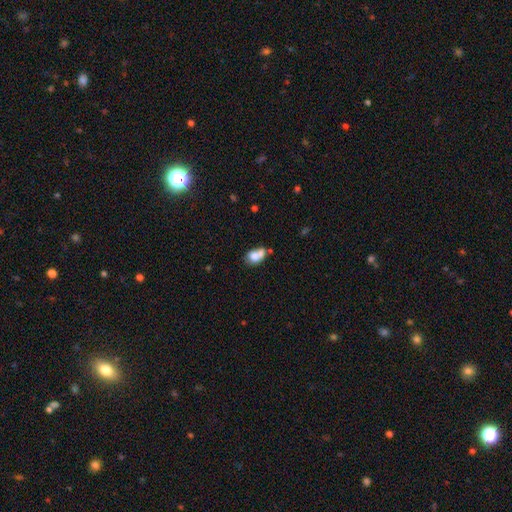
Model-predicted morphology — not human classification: Q: Smooth or featured?
A: smooth (71%); runner-up: featured or disk (19%)
Q: How rounded?
A: in between (60%); runner-up: round (38%)
Q: Merging?
A: merger (52%); runner-up: none (27%)